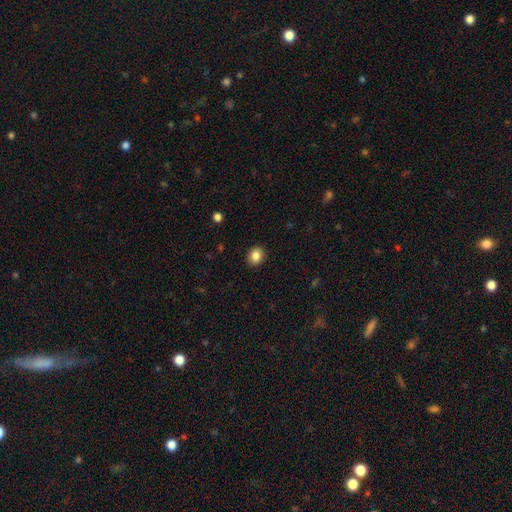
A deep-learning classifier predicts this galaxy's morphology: Q: Smooth or featured?
A: smooth (86%); runner-up: star or artifact (9%)
Q: How rounded?
A: round (62%); runner-up: in between (38%)
Q: Merging?
A: none (90%); runner-up: minor disturbance (7%)